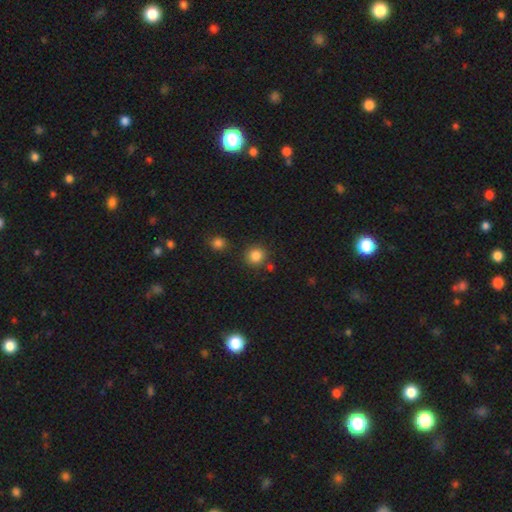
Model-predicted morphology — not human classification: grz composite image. It shows a smooth galaxy with no disk features (85%) that is round (90%). Merging: none (81%).